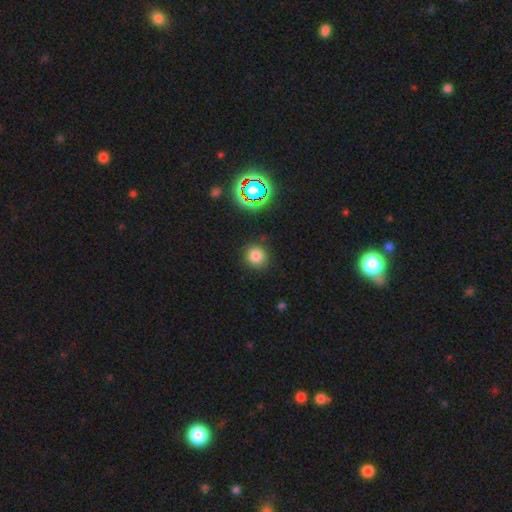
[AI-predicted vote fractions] Smooth or featured? Predicted: smooth (p=0.77). How rounded? Predicted: round (p=0.93). Merging? Predicted: none (p=0.89).